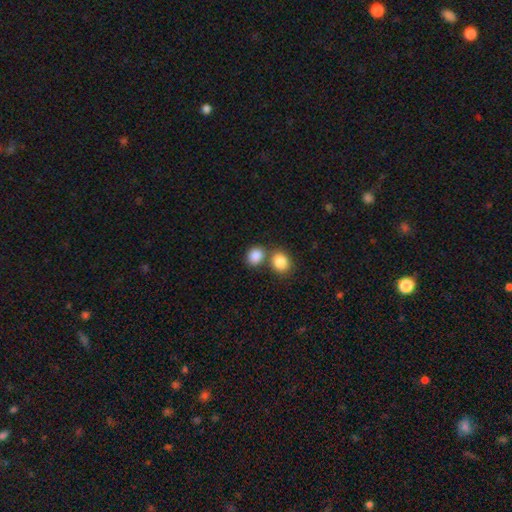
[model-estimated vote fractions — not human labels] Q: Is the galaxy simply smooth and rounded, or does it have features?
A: smooth — 86%.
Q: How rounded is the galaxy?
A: round — 60%.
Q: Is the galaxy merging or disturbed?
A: none — 52%.